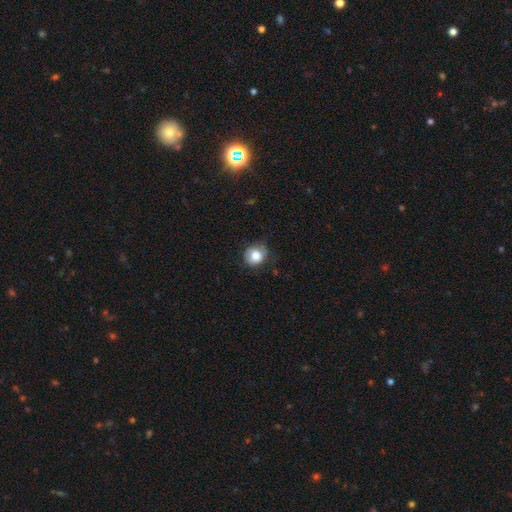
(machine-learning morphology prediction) This is likely a smooth galaxy (77%). How rounded: likely round (77%). Merging: likely none (64%).